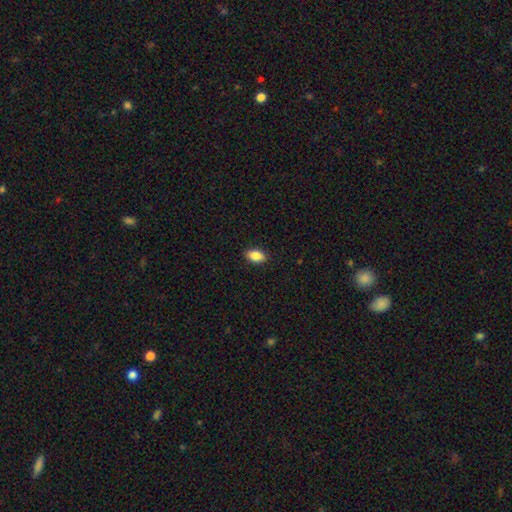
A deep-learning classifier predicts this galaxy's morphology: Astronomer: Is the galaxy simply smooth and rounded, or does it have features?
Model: smooth — 87%.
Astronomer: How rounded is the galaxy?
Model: in between — 90%.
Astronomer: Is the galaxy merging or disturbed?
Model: none — 90%.